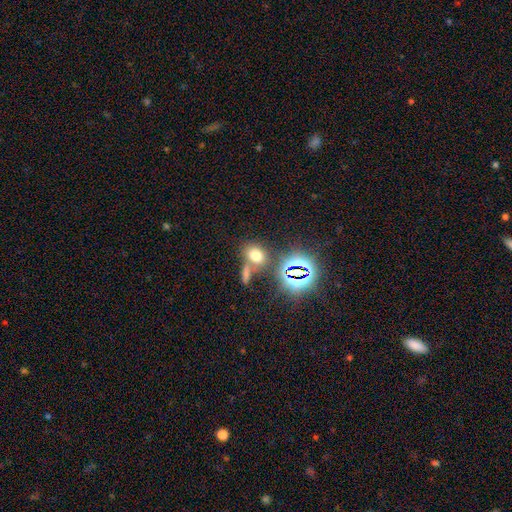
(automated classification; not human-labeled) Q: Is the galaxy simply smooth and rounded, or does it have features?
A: smooth — 64%.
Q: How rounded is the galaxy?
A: in between — 53%.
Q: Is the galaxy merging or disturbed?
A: none — 59%.